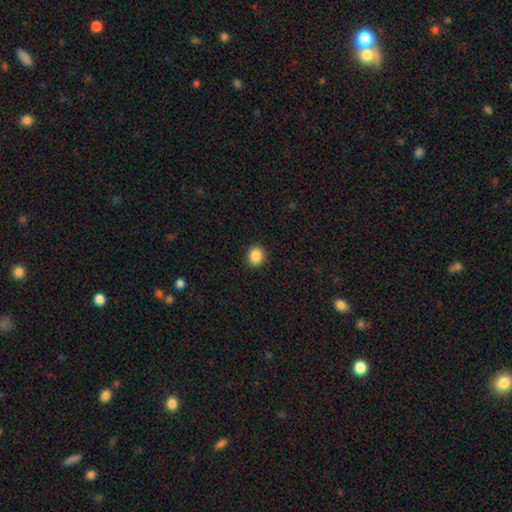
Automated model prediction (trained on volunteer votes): Morphology: type=smooth (87%); roundness=round (77%); merging=none (92%).